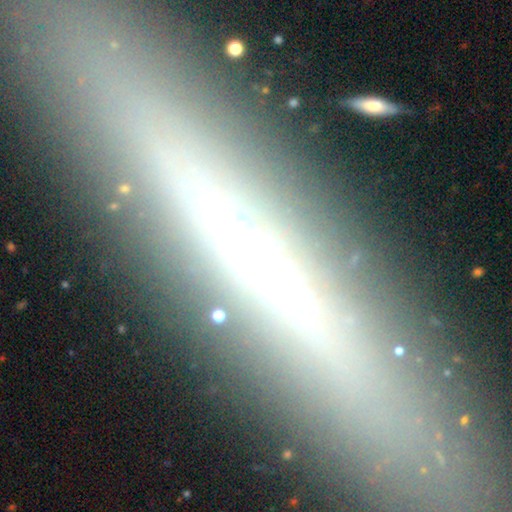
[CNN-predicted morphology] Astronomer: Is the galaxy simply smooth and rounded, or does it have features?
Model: featured or disk — 59%.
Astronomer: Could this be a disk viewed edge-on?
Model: yes — 82%.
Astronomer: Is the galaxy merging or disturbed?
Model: none — 82%.